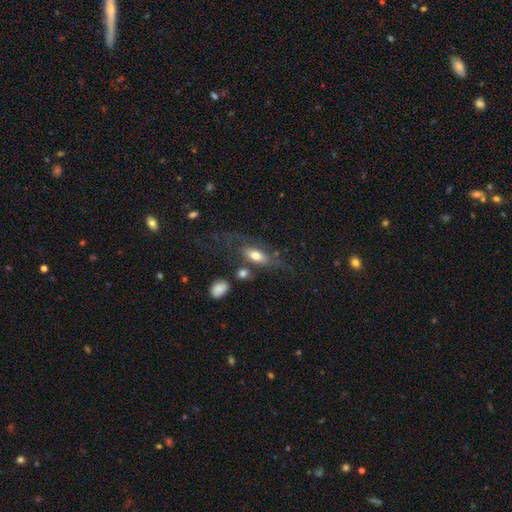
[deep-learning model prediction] Smooth or featured? Predicted: smooth (p=0.63). How rounded? Predicted: in between (p=0.79). Merging? Predicted: none (p=0.46).